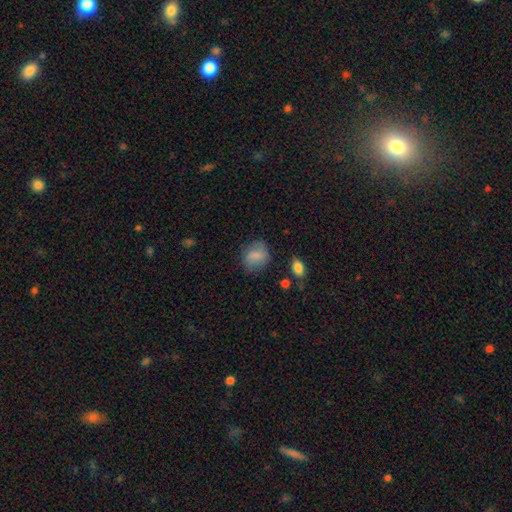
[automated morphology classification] Smooth or featured: smooth — 76% (featured or disk — 16%)
How rounded: round — 56% (in between — 42%)
Merging: none — 72% (minor disturbance — 19%)